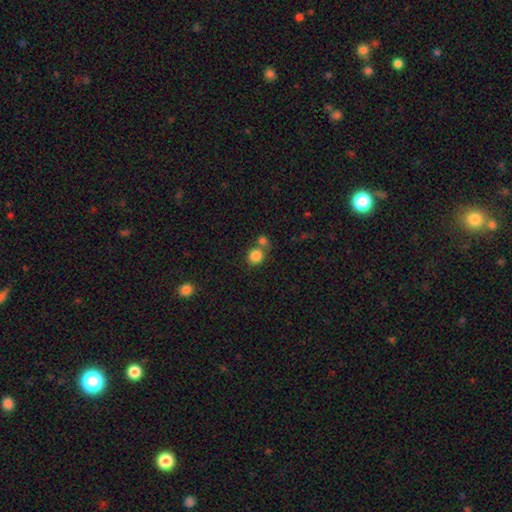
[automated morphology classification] A smooth galaxy with no disk features (84%) that is round (81%). Merging: none (54%).